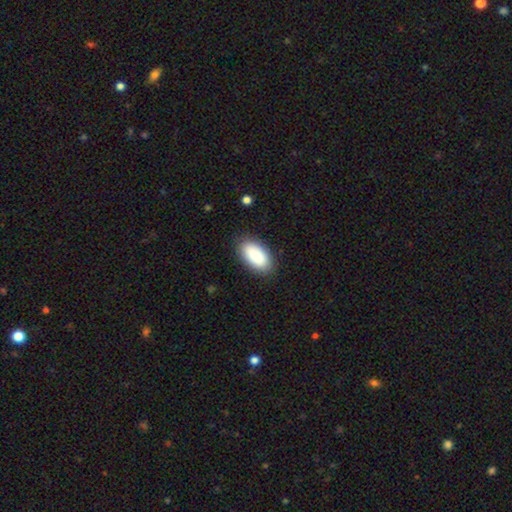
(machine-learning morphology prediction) smooth 89%, star or artifact 6%, featured or disk 5%. Down the decision tree: how rounded — in between (94%); merging — none (86%).